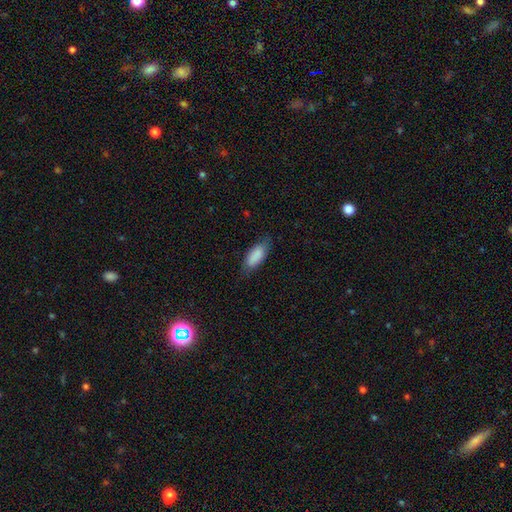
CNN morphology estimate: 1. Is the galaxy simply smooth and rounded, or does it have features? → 87% smooth, 7% featured or disk, 6% star or artifact.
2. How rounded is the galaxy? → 82% in between, 16% cigar-shaped, 2% round.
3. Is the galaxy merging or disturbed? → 74% none, 20% minor disturbance, 5% major disturbance, 1% merger.